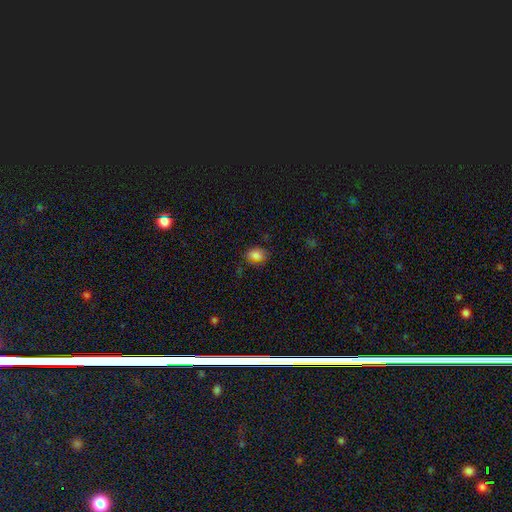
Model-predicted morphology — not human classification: Smooth or featured?
  - smooth: 79% *
  - star or artifact: 15%
  - featured or disk: 6%
How rounded?
  - in between: 73% *
  - round: 25%
  - cigar-shaped: 1%
Merging?
  - none: 74% *
  - minor disturbance: 19%
  - major disturbance: 5%
  - merger: 2%